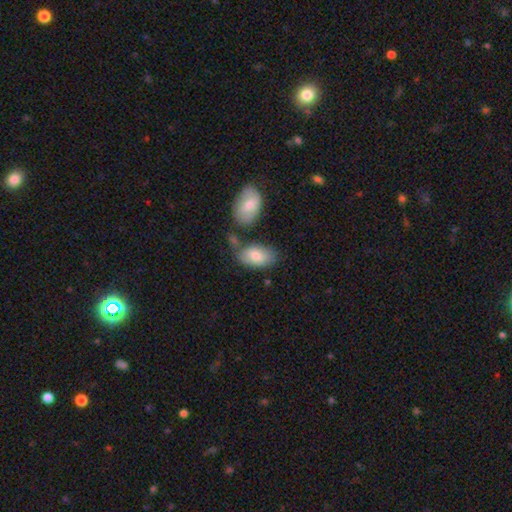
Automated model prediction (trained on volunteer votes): Smooth or featured? smooth (80%)
How rounded? in between (94%)
Merging? none (59%)